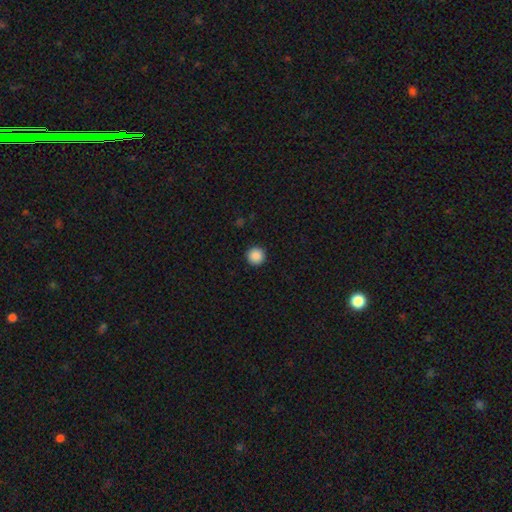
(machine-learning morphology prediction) Q: Smooth or featured?
A: smooth (89%); runner-up: star or artifact (9%)
Q: How rounded?
A: round (96%); runner-up: in between (3%)
Q: Merging?
A: none (93%); runner-up: minor disturbance (4%)